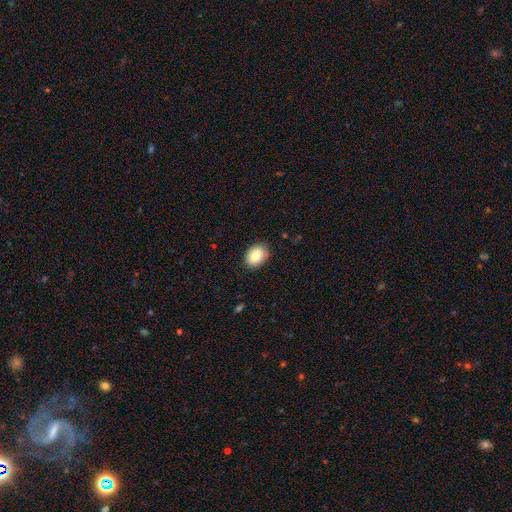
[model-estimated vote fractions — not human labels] This appears to be a smooth galaxy with no disk features (83%) that is in between round and cigar-shaped (71%). Merging: none (86%).